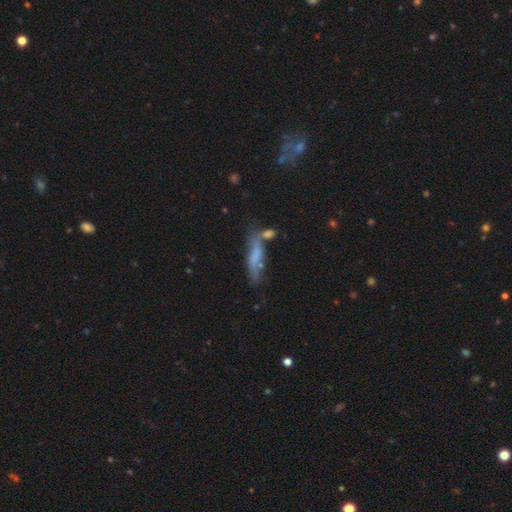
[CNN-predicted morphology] A smooth galaxy with no disk features (57%) that is cigar-shaped (72%). Merging: none (50%).